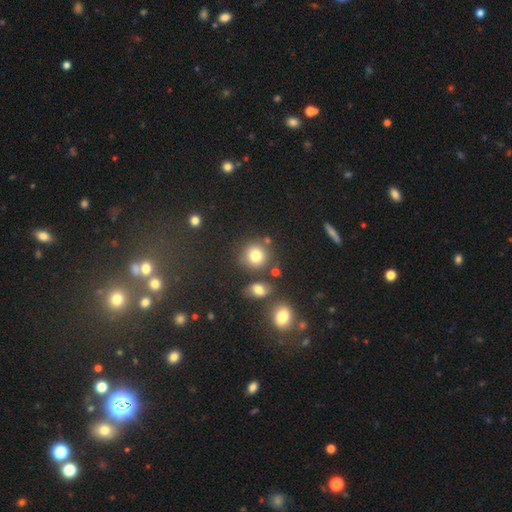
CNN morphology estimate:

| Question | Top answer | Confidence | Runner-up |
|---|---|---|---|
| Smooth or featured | smooth | 79% | star or artifact (13%) |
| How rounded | round | 87% | in between (12%) |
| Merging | none | 75% | merger (10%) |